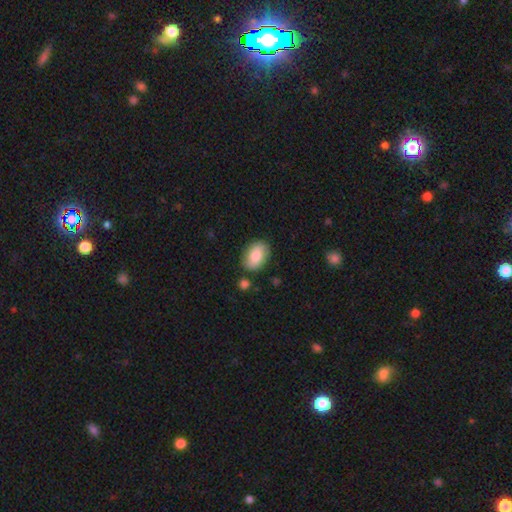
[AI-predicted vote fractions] Q: Smooth or featured?
A: smooth (79%); runner-up: featured or disk (15%)
Q: How rounded?
A: in between (87%); runner-up: round (11%)
Q: Merging?
A: none (81%); runner-up: minor disturbance (12%)